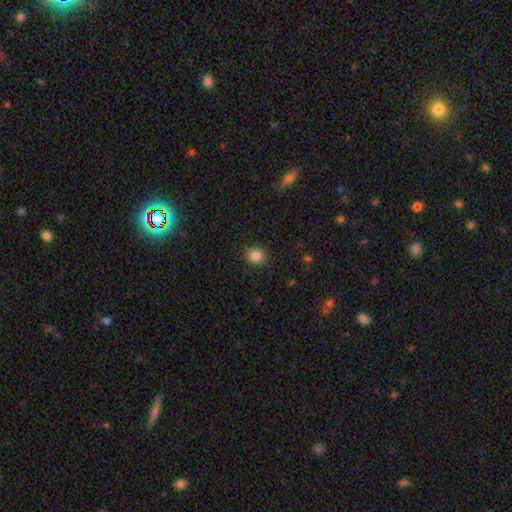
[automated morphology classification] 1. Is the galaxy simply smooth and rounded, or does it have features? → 85% smooth, 11% star or artifact, 4% featured or disk.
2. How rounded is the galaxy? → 76% round, 23% in between, 1% cigar-shaped.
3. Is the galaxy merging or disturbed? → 90% none, 7% minor disturbance, 2% major disturbance, 1% merger.